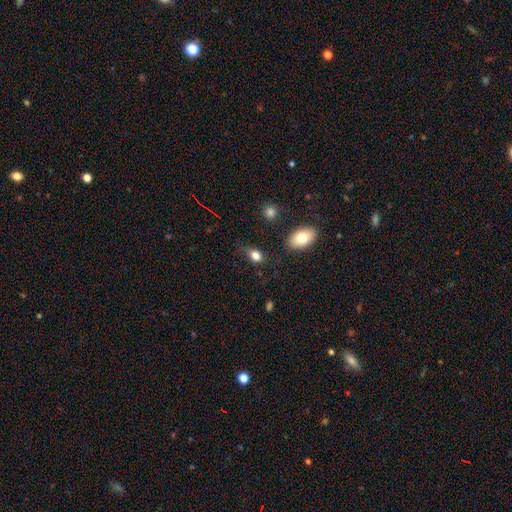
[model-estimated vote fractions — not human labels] smooth_or_featured: smooth (p=0.81) [alt: star or artifact p=0.10]
how_rounded: in between (p=0.76) [alt: round p=0.22]
merging: none (p=0.61) [alt: minor disturbance p=0.26]